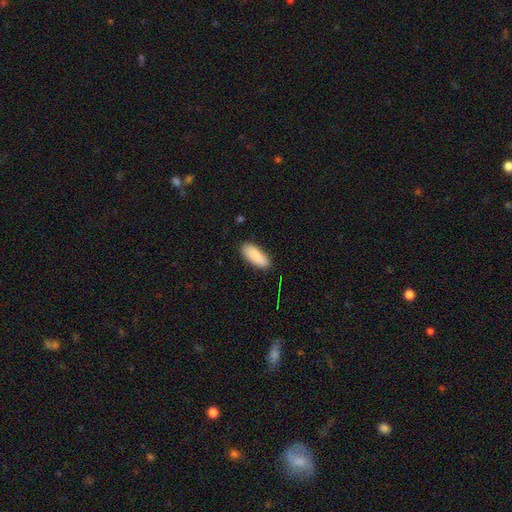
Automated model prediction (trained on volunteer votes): Smooth or featured? Predicted: smooth (p=0.88). How rounded? Predicted: in between (p=0.76). Merging? Predicted: none (p=0.84).